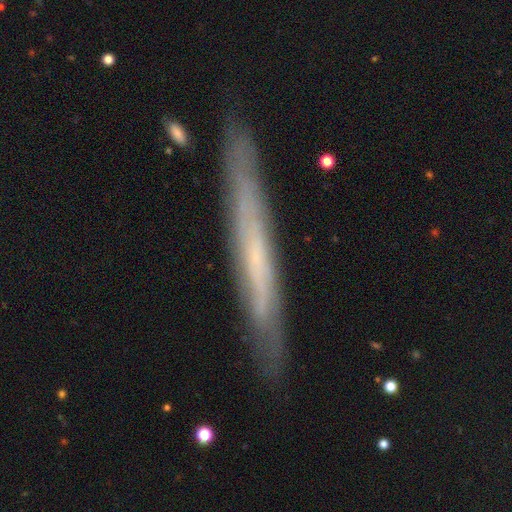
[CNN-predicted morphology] Smooth or featured: featured or disk — 60% (smooth — 33%)
Edge-on disk: yes — 87% (no — 13%)
Edge-on bulge: none — 85% (rounded — 11%)
Merging: none — 86% (minor disturbance — 10%)